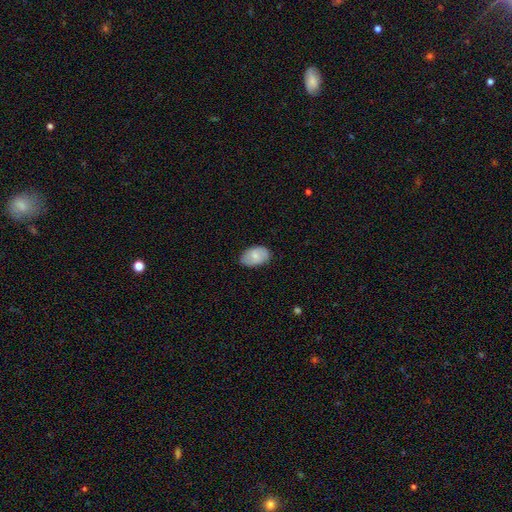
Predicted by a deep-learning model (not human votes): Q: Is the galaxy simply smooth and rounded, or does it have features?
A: smooth — 74%.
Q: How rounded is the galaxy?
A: in between — 90%.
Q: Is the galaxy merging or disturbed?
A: none — 77%.